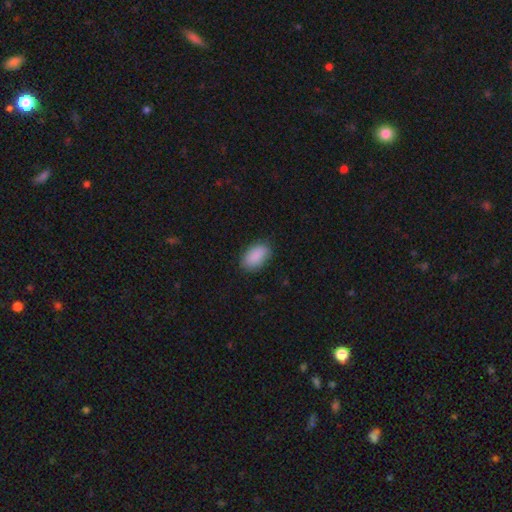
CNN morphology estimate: A smooth galaxy with no disk features (90%) that is in between round and cigar-shaped (94%).

Vote fractions:
- Smooth or featured? smooth: 90% / star or artifact: 7% / featured or disk: 4%
- How rounded? in between: 94% / round: 5% / cigar-shaped: 2%
- Merging? none: 83% / minor disturbance: 13% / major disturbance: 3% / merger: 1%